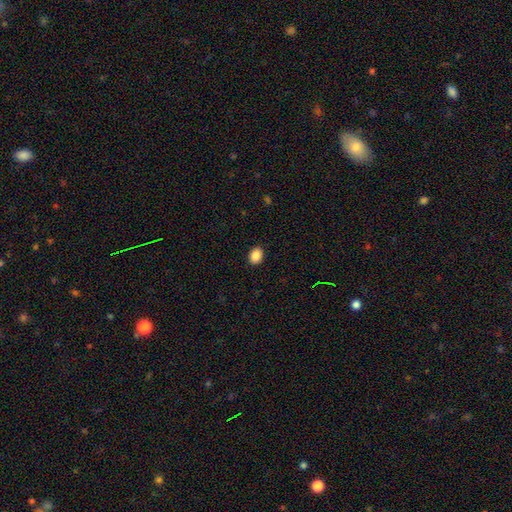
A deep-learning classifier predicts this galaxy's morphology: Smooth or featured? smooth (88%)
How rounded? in between (57%)
Merging? none (90%)